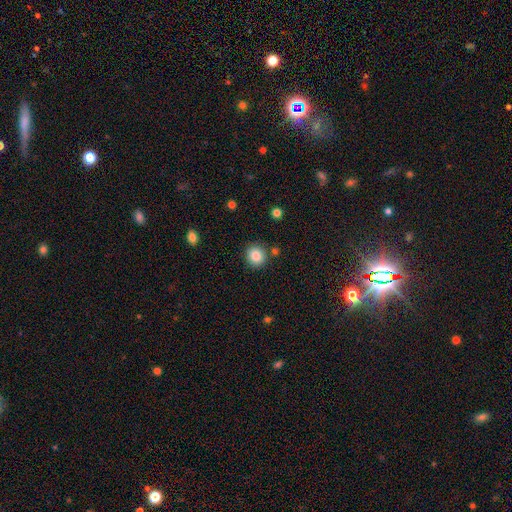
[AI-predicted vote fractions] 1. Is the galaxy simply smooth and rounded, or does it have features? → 85% smooth, 9% star or artifact, 5% featured or disk.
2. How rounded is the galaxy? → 87% round, 12% in between, 1% cigar-shaped.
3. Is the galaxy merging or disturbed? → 84% none, 8% minor disturbance, 5% merger, 3% major disturbance.